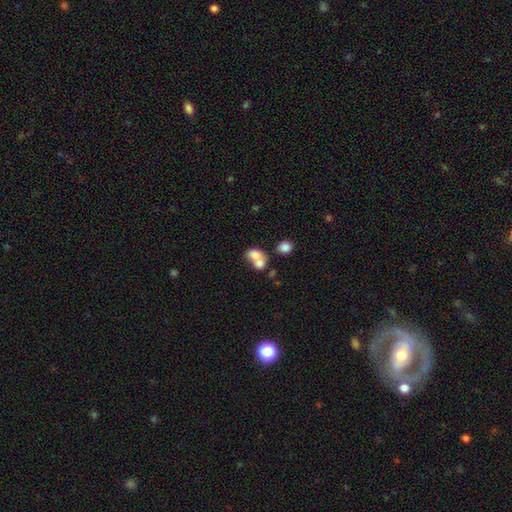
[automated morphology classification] A smooth galaxy with no disk features (73%) that is in between round and cigar-shaped (62%).

Vote fractions:
- Smooth or featured? smooth: 73% / featured or disk: 18% / star or artifact: 10%
- How rounded? in between: 62% / round: 37% / cigar-shaped: 1%
- Merging? merger: 69% / none: 19% / minor disturbance: 7% / major disturbance: 5%